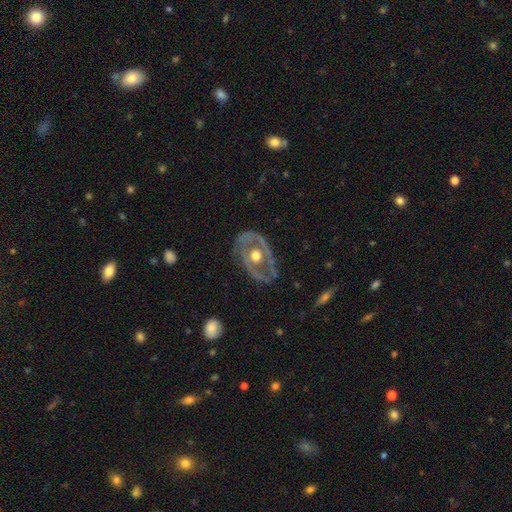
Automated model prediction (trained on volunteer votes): Morphology: type=featured or disk (80%); edge-on=no (94%); bar=no (80%); spiral arms=yes (59%); bulge=moderate (72%); merging=none (67%).